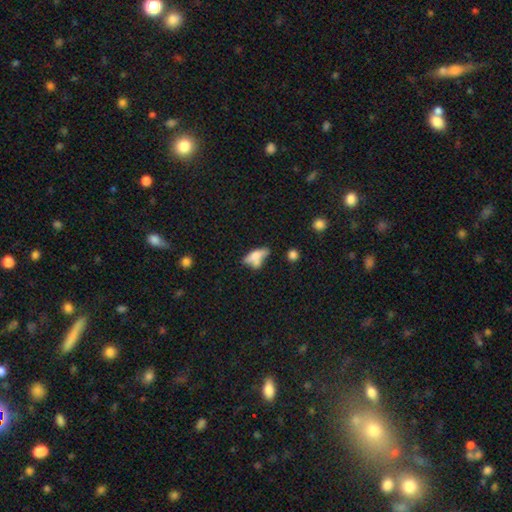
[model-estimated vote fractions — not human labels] The model was most divided on "merging": none: 40%, merger: 28%, minor disturbance: 20%, major disturbance: 12%. More confident: smooth or featured — smooth (60%); how rounded — in between (58%).